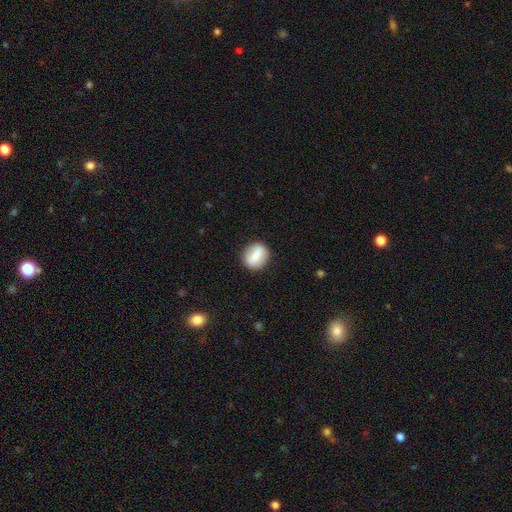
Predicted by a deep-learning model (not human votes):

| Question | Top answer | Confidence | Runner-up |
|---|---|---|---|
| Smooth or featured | smooth | 74% | featured or disk (19%) |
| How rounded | round | 67% | in between (30%) |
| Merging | none | 86% | minor disturbance (10%) |